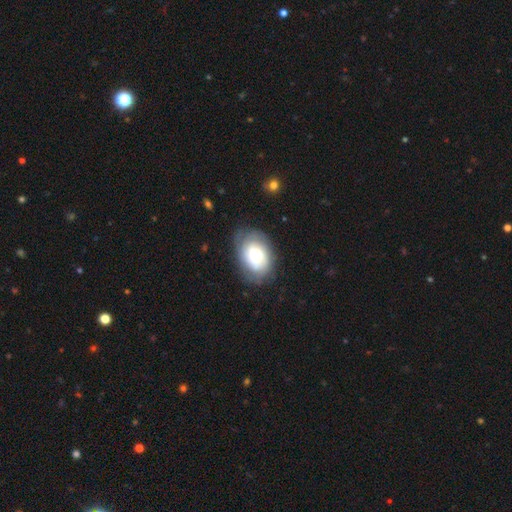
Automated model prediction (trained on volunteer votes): A smooth galaxy with no disk features (49%). Merging: none (71%).